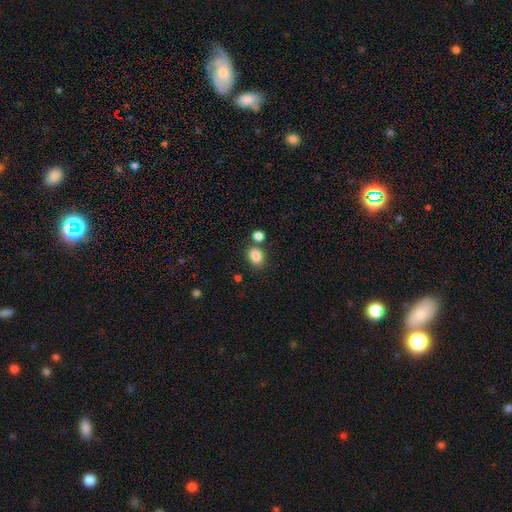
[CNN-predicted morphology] A smooth galaxy with no disk features (84%) that is round (51%). Merging: none (73%).